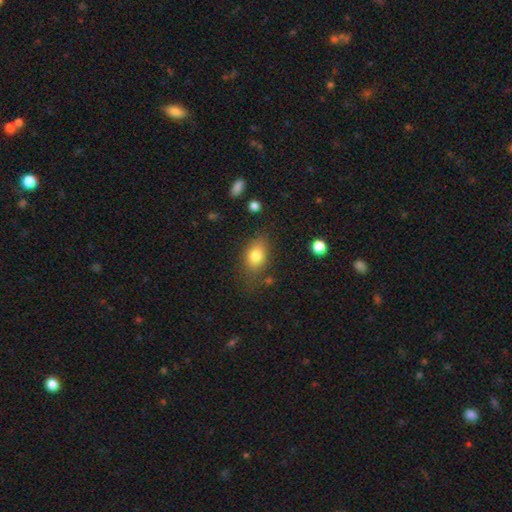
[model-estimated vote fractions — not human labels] Morphology: type=smooth (80%); roundness=in between (80%); merging=none (67%).